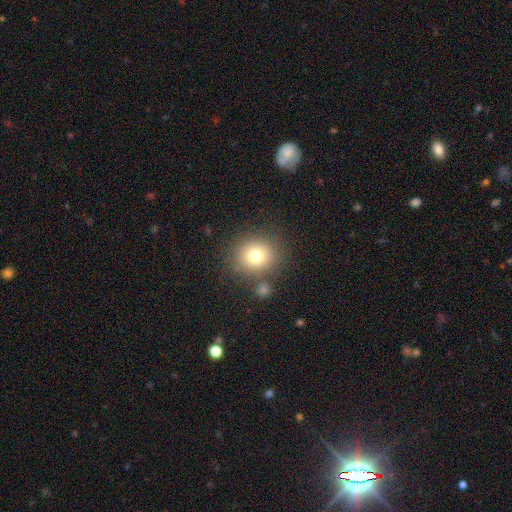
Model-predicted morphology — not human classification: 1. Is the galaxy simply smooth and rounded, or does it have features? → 76% smooth, 13% star or artifact, 11% featured or disk.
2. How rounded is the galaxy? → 82% round, 17% in between, 1% cigar-shaped.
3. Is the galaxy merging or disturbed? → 78% none, 10% minor disturbance, 8% merger, 4% major disturbance.